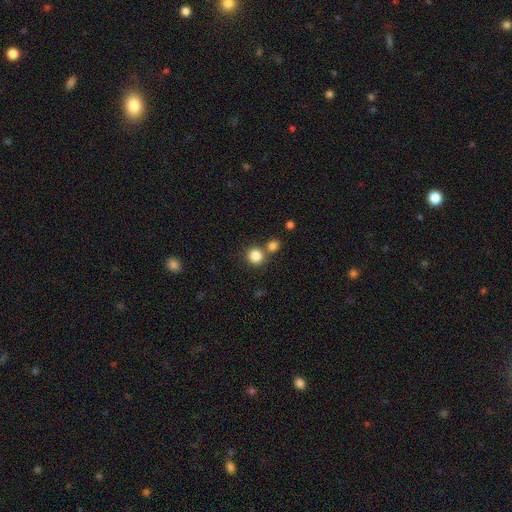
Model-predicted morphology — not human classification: Overall: smooth (85%). How rounded: round (91%). Merging: none (67%).